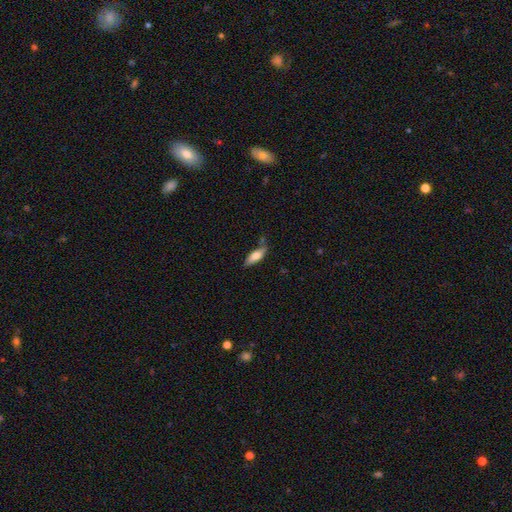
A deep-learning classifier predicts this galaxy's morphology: A smooth galaxy with no disk features (70%) that is in between round and cigar-shaped (57%).

Vote fractions:
- Smooth or featured? smooth: 70% / featured or disk: 24% / star or artifact: 6%
- How rounded? in between: 57% / cigar-shaped: 41% / round: 2%
- Merging? none: 69% / minor disturbance: 21% / merger: 6% / major disturbance: 4%